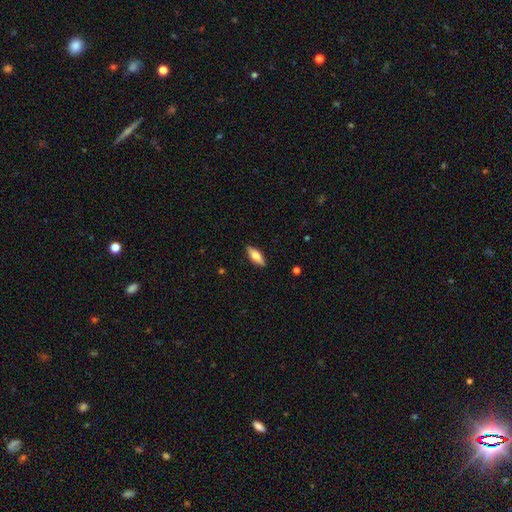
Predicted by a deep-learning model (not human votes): Overall: smooth (69%). How rounded: in between (66%; cigar-shaped 32%). Merging: none (89%).